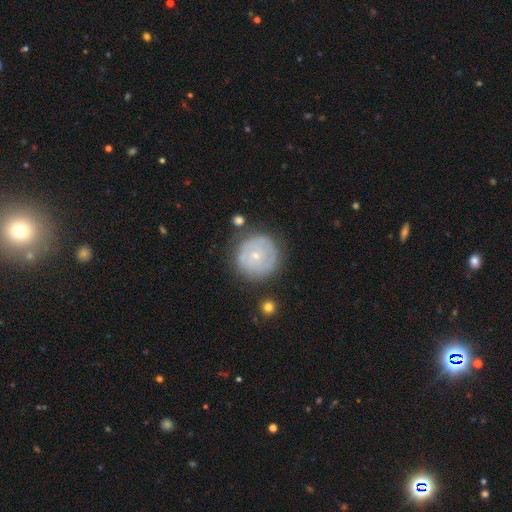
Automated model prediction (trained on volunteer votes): A featured or disk galaxy (63%) with no bar (84%), spiral arms (69%) and a small central bulge (75%).

Vote fractions:
- Smooth or featured? featured or disk: 63% / smooth: 30% / star or artifact: 7%
- Edge-on disk? no: 98% / yes: 2%
- Bar? no: 84% / weak: 13% / strong: 3%
- Spiral arms? yes: 69% / no: 31%
- Bulge size? small: 75% / moderate: 21% / none: 1% / large: 1% / dominant: 1%
- Merging? none: 76% / minor disturbance: 16% / major disturbance: 5% / merger: 3%